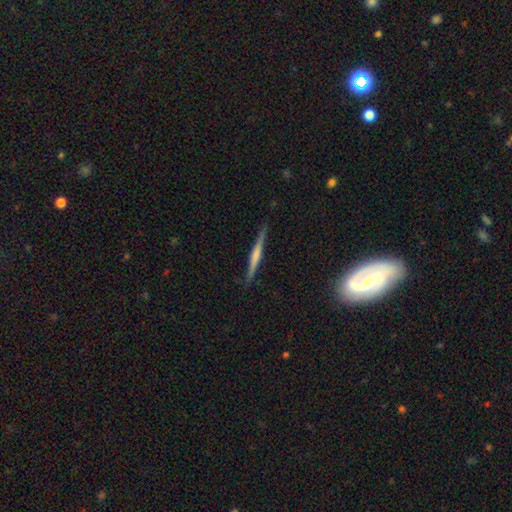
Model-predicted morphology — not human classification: This is possibly a featured or disk galaxy (56%). It is clearly viewed edge-on (98%). Edge-on bulge: possibly none (46%). Merging: clearly none (88%).